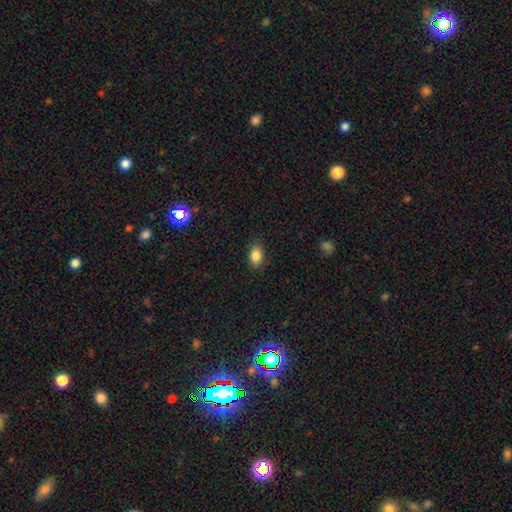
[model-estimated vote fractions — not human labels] Morphology: type=smooth (85%); roundness=in between (86%); merging=none (86%).